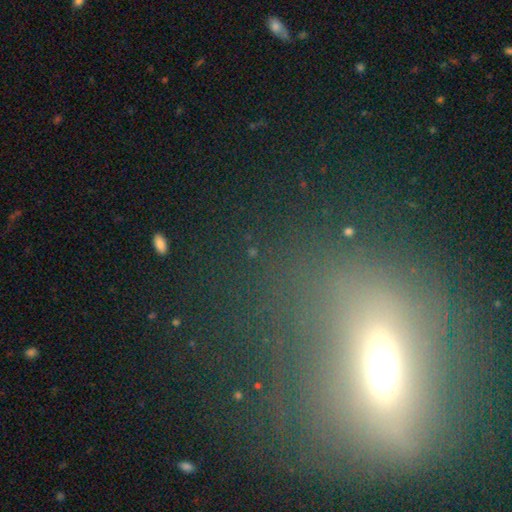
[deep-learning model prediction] Overall: star or artifact (41%; smooth 35%).